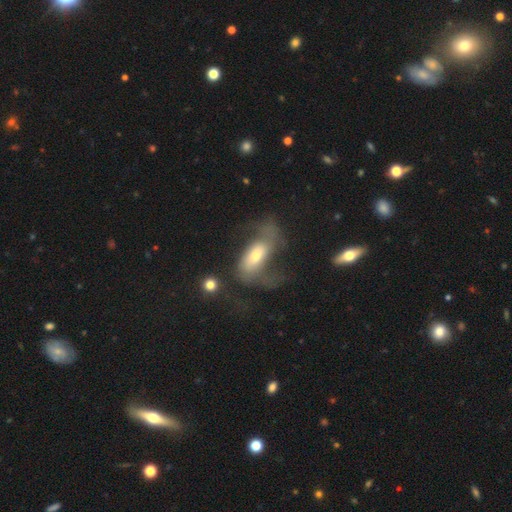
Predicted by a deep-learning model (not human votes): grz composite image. It shows a featured or disk galaxy (56%). Merging: major disturbance (46%).